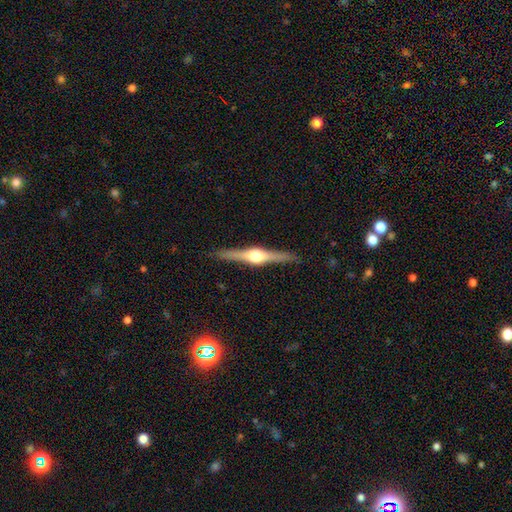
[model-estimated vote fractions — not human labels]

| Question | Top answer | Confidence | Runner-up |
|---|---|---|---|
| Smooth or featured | featured or disk | 82% | smooth (13%) |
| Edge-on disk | yes | 98% | no (2%) |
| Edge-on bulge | rounded | 95% | boxy (3%) |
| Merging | none | 91% | minor disturbance (7%) |